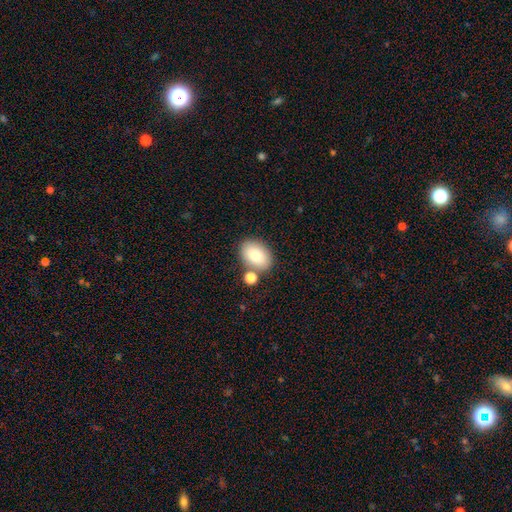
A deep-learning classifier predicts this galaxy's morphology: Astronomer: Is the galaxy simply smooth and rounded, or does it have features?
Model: smooth — 80%.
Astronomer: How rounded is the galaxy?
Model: in between — 82%.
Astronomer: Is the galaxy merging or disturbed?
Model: none — 73%.